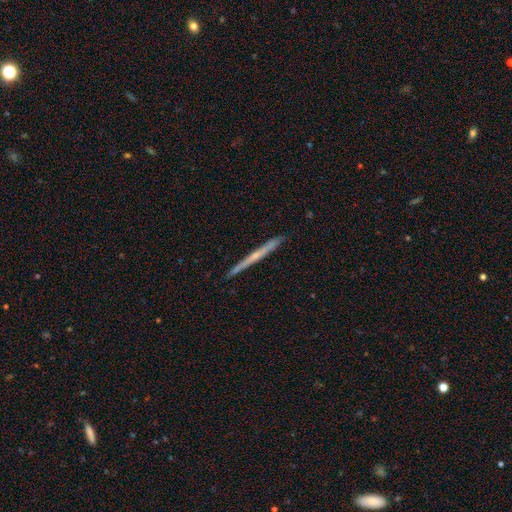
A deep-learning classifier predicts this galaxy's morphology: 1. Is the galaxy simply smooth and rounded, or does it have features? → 65% featured or disk, 30% smooth, 6% star or artifact.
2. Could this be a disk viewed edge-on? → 98% yes, 2% no.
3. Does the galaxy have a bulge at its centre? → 55% none, 40% rounded, 5% boxy.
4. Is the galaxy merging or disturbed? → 91% none, 6% minor disturbance, 1% major disturbance, 1% merger.